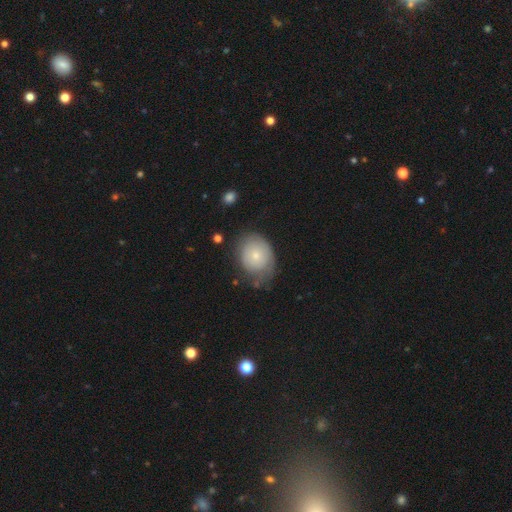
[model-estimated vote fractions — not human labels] smooth-or-featured: smooth: 65% | featured or disk: 27% | star or artifact: 7%
  how-rounded: in between: 54% | round: 45% | cigar-shaped: 1%
  merging: none: 54% | minor disturbance: 32% | major disturbance: 12% | merger: 3%